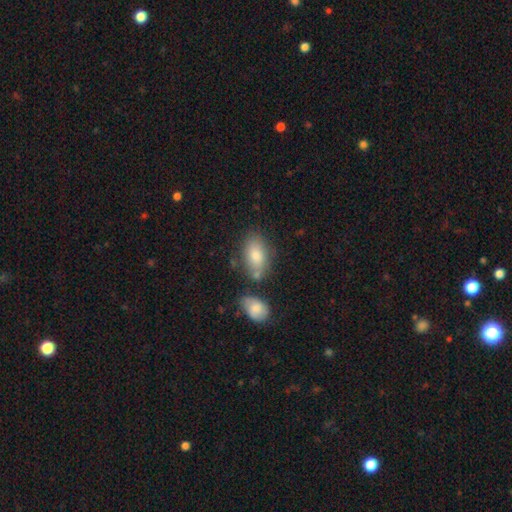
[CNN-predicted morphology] The model was most divided on "merging": none: 64%, minor disturbance: 17%, merger: 14%, major disturbance: 4%. More confident: how rounded — in between (90%); smooth or featured — smooth (79%).